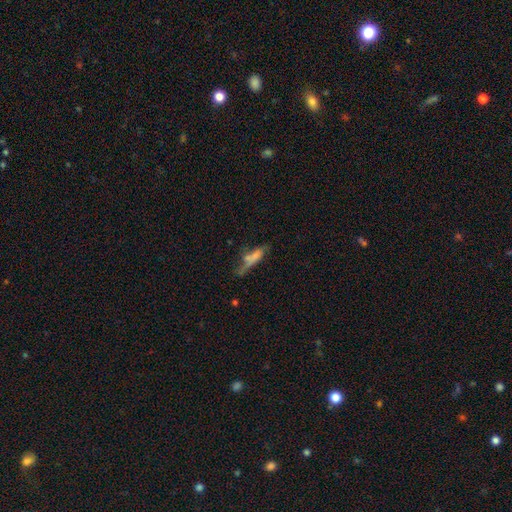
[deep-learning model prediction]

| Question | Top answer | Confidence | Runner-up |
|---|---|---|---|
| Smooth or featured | smooth | 43% | featured or disk (36%) |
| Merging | none | 46% | minor disturbance (24%) |